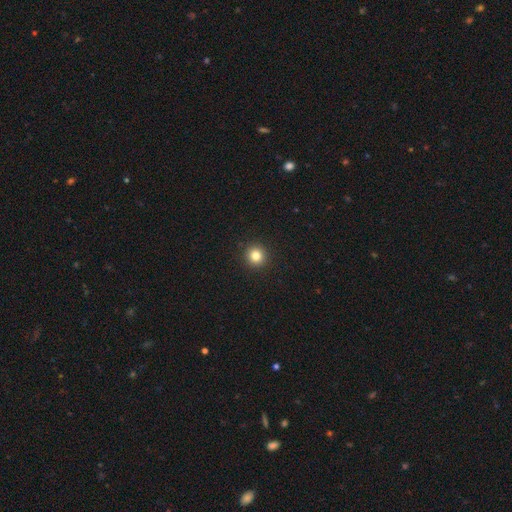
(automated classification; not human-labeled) Q: Smooth or featured?
A: smooth (82%); runner-up: star or artifact (12%)
Q: How rounded?
A: round (94%); runner-up: in between (5%)
Q: Merging?
A: none (93%); runner-up: minor disturbance (4%)